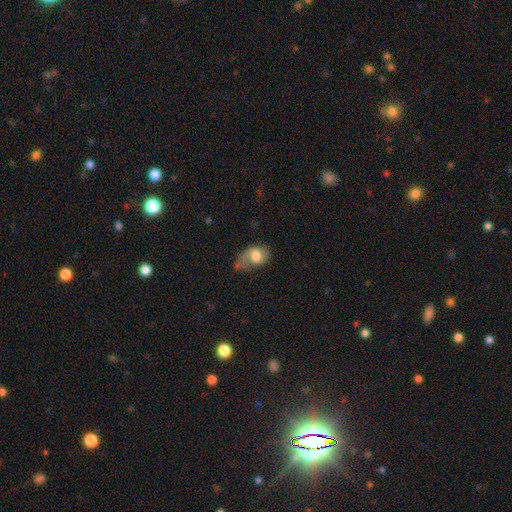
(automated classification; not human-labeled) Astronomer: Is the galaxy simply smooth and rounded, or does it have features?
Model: smooth — 51% (runner-up: featured or disk, 41%).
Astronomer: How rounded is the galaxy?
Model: in between — 77%.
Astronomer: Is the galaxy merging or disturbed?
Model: none — 34% (runner-up: minor disturbance, 32%).